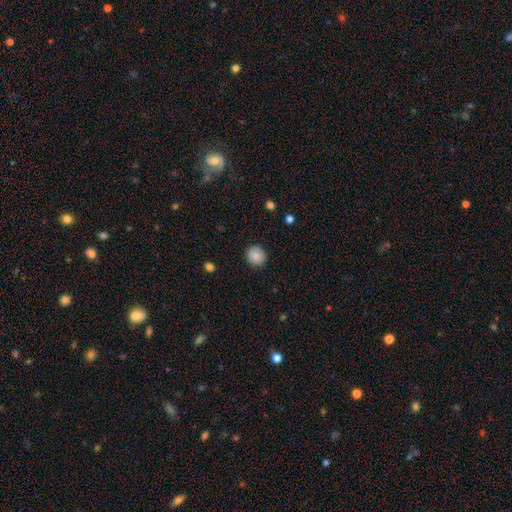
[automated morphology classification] Smooth or featured?
  - smooth: 86% *
  - star or artifact: 8%
  - featured or disk: 6%
How rounded?
  - round: 88% *
  - in between: 11%
  - cigar-shaped: 1%
Merging?
  - none: 90% *
  - minor disturbance: 7%
  - major disturbance: 2%
  - merger: 1%